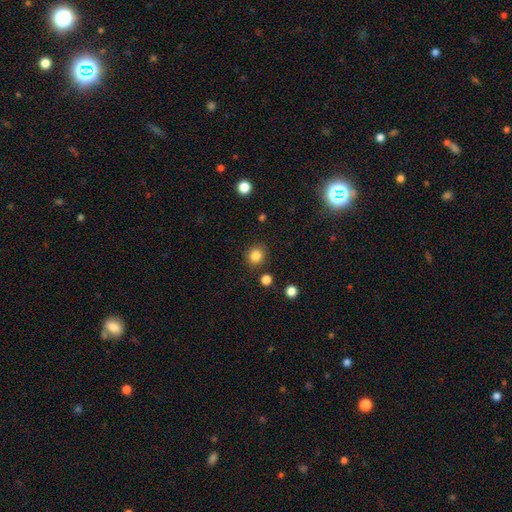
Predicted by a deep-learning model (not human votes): A smooth galaxy with no disk features (84%) that is round (86%). Merging: none (87%).